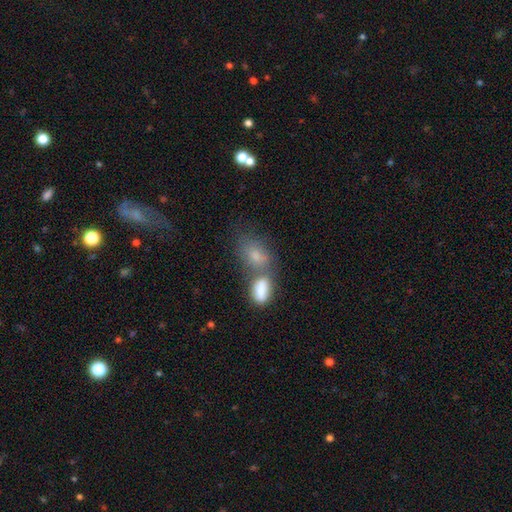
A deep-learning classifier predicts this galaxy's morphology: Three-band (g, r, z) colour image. It shows a smooth galaxy with no disk features (79%) that is in between round and cigar-shaped (84%). Merging: merger (55%).